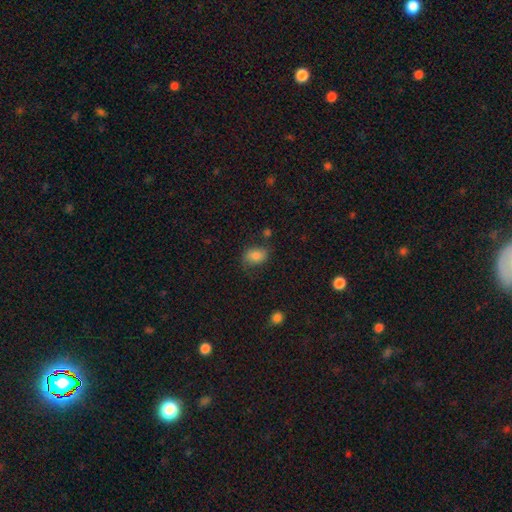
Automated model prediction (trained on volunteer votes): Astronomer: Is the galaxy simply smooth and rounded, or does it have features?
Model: smooth — 82%.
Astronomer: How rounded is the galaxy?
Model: in between — 77%.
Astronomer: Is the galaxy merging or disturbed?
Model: none — 67%.